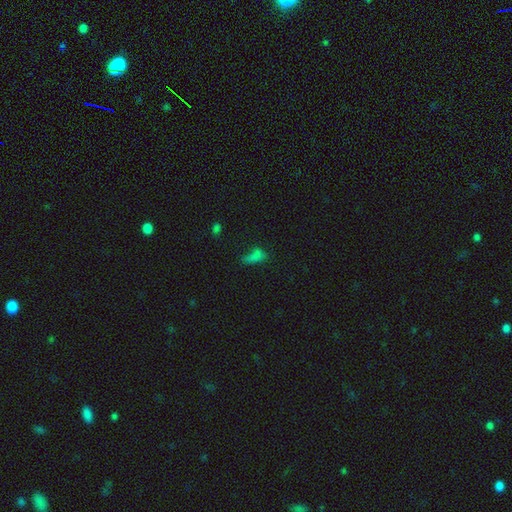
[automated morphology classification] The model was most divided on "merging": none: 36%, major disturbance: 27%, minor disturbance: 25%, merger: 12%. More confident: how rounded — in between (70%); smooth or featured — smooth (66%).